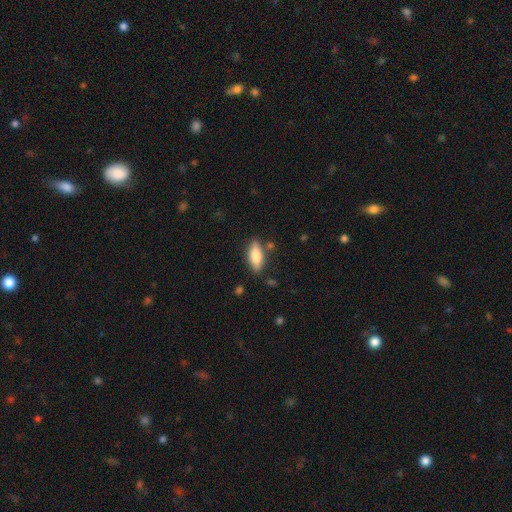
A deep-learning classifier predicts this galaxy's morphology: The model was most divided on "how rounded": in between: 75%, cigar-shaped: 23%, round: 3%. More confident: merging — none (80%); smooth or featured — smooth (74%).